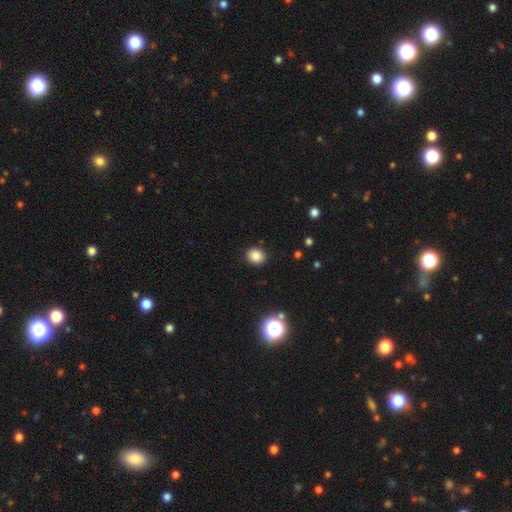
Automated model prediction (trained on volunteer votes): Smooth or featured? Predicted: smooth (p=0.83). How rounded? Predicted: round (p=0.63). Merging? Predicted: none (p=0.90).